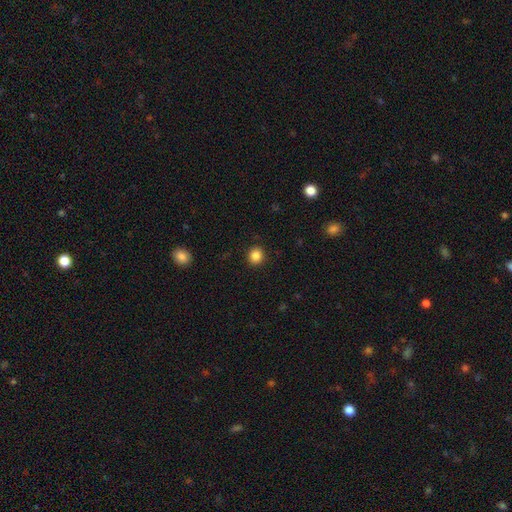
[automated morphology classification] Smooth or featured? Predicted: smooth (p=0.86). How rounded? Predicted: round (p=0.85). Merging? Predicted: none (p=0.91).